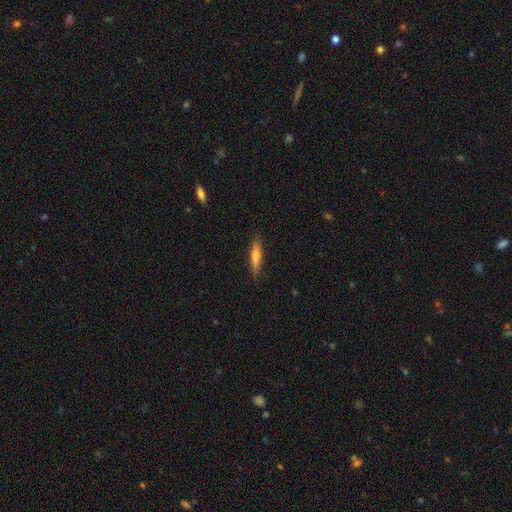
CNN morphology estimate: This is likely a smooth galaxy (61%). How rounded: clearly cigar-shaped (84%). Merging: clearly none (88%).